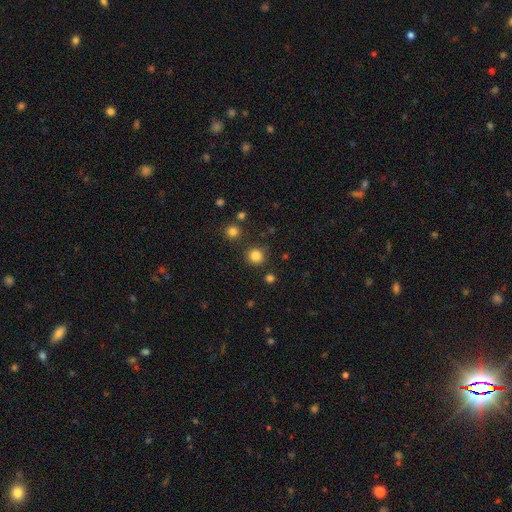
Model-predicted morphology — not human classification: This is clearly a smooth galaxy (83%). How rounded: clearly round (93%). Merging: clearly none (86%).